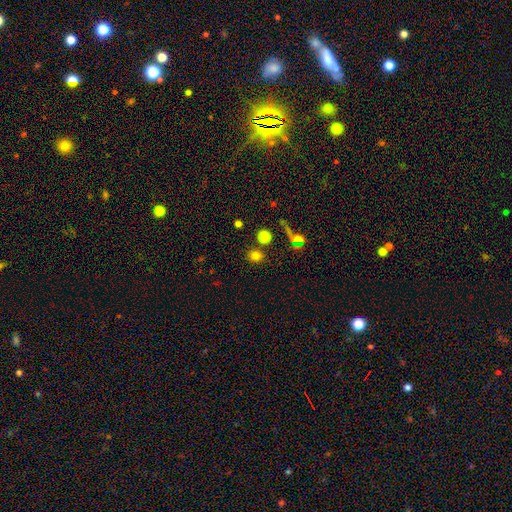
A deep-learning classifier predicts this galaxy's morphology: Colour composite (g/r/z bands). It shows a smooth galaxy with no disk features (75%) that is round (79%). Merging: none (80%).